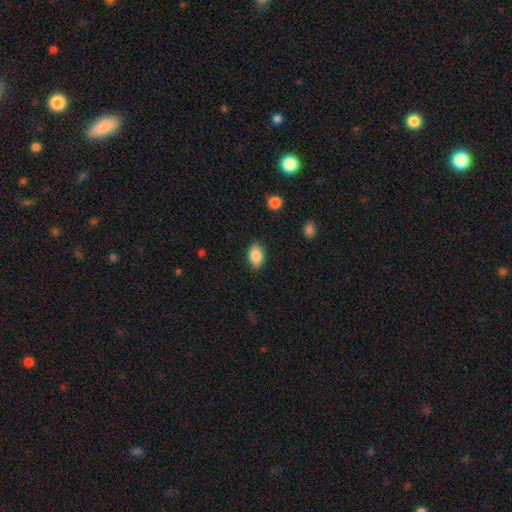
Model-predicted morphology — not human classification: Smooth or featured?
  - smooth: 83% *
  - featured or disk: 9%
  - star or artifact: 8%
How rounded?
  - in between: 86% *
  - round: 12%
  - cigar-shaped: 3%
Merging?
  - none: 84% *
  - minor disturbance: 12%
  - major disturbance: 3%
  - merger: 1%